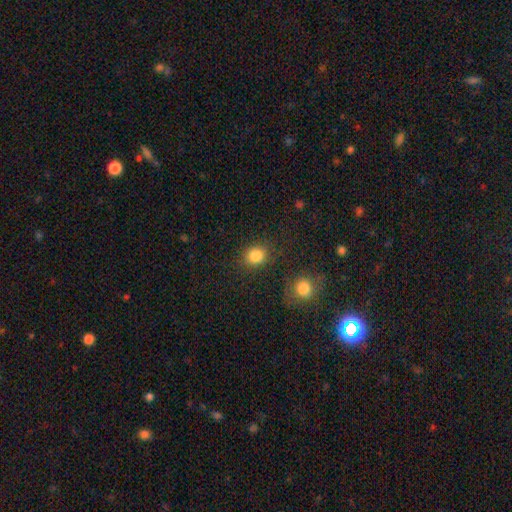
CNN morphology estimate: Smooth or featured? smooth (85%)
How rounded? round (63%)
Merging? none (80%)